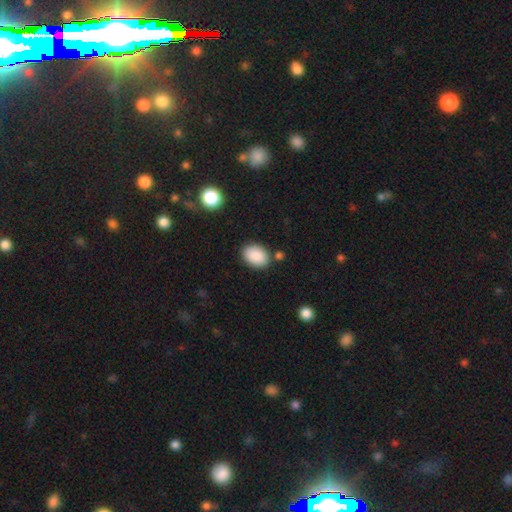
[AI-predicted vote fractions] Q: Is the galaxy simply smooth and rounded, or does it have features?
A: smooth — 89%.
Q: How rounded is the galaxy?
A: in between — 79%.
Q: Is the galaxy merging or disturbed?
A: none — 81%.